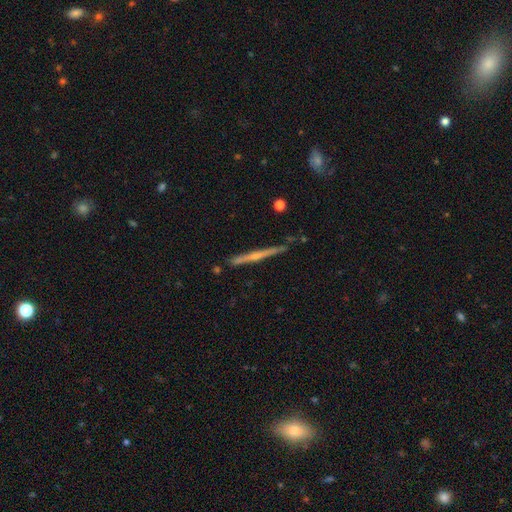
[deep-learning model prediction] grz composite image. It shows a featured or disk galaxy (66%) viewed edge-on (94%) with a rounded central bulge (51%). Merging: none (82%).